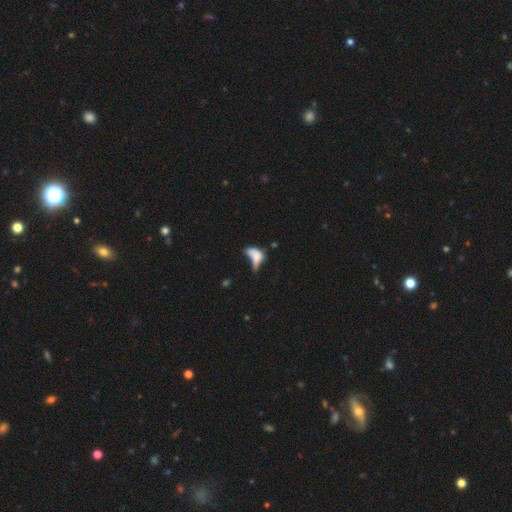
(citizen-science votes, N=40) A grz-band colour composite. It shows a smooth galaxy with no disk features (65%) that is in between round and cigar-shaped (88%). Merging: major disturbance (37%).